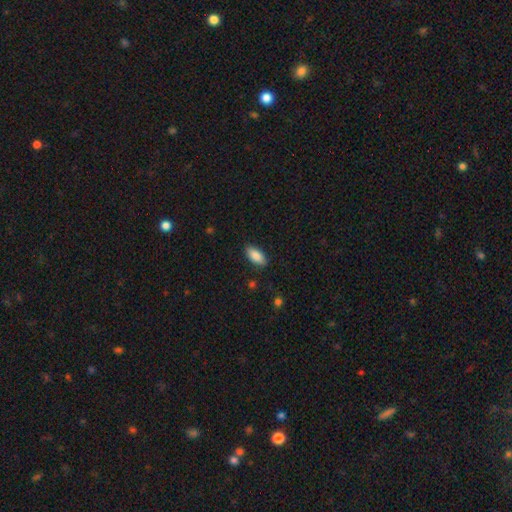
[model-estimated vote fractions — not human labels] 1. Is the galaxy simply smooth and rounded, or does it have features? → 87% smooth, 7% star or artifact, 6% featured or disk.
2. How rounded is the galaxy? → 88% in between, 10% cigar-shaped, 2% round.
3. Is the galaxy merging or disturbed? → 86% none, 11% minor disturbance, 2% major disturbance, 1% merger.